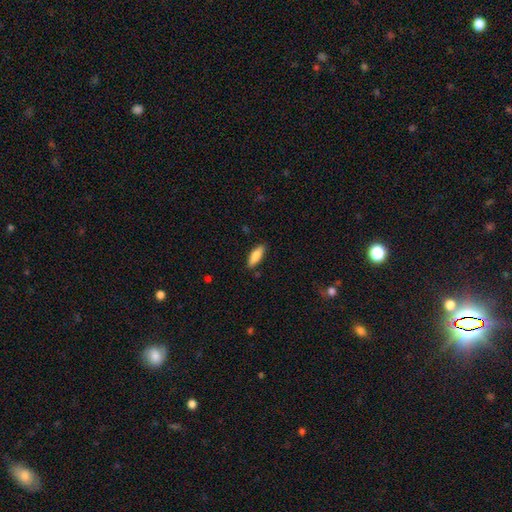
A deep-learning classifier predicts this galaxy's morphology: smooth-or-featured: smooth: 82% | featured or disk: 12% | star or artifact: 6%
  how-rounded: in between: 65% | cigar-shaped: 34% | round: 2%
  merging: none: 86% | minor disturbance: 10% | major disturbance: 2% | merger: 1%